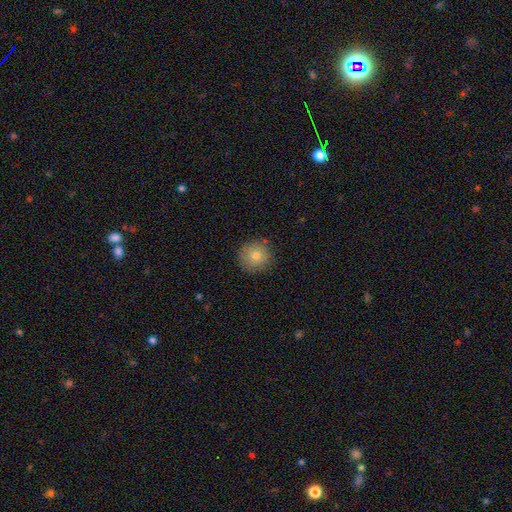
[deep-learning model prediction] This appears to be a smooth galaxy with no disk features (77%) that is round (95%). Merging: none (88%).